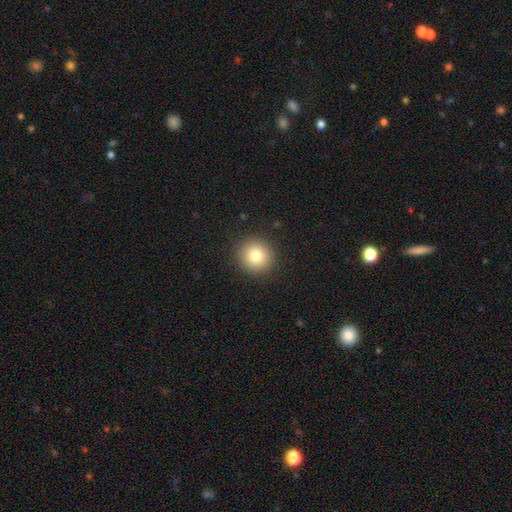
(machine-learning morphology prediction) smooth_or_featured: smooth (p=0.81) [alt: star or artifact p=0.11]
how_rounded: round (p=0.93) [alt: in between p=0.06]
merging: none (p=0.91) [alt: minor disturbance p=0.06]